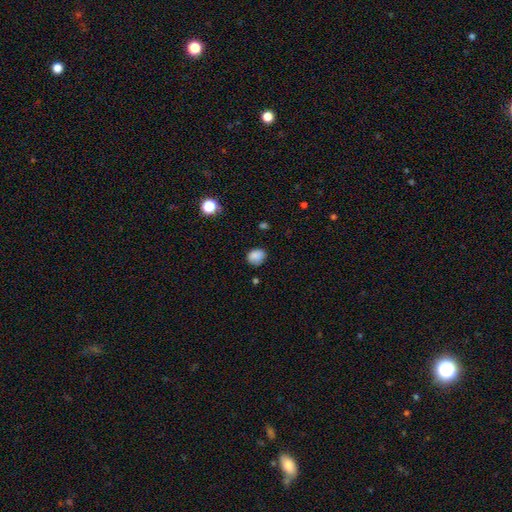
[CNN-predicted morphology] This appears to be a smooth galaxy with no disk features (85%) that is round (55%). Merging: none (76%).